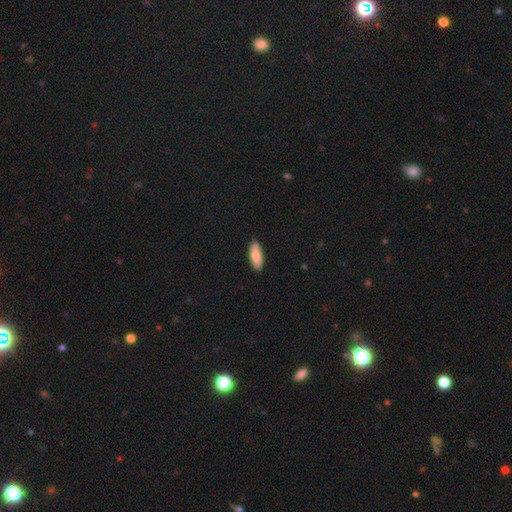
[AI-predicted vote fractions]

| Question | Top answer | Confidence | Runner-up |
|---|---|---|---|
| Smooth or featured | smooth | 83% | featured or disk (11%) |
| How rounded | in between | 67% | cigar-shaped (31%) |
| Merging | none | 90% | minor disturbance (8%) |